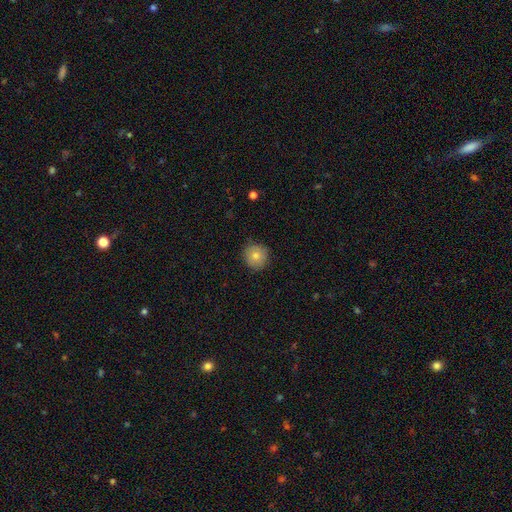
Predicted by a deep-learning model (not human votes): smooth-or-featured: smooth: 79% | featured or disk: 11% | star or artifact: 10%
  how-rounded: round: 93% | in between: 6% | cigar-shaped: 1%
  merging: none: 87% | minor disturbance: 10% | major disturbance: 2% | merger: 1%